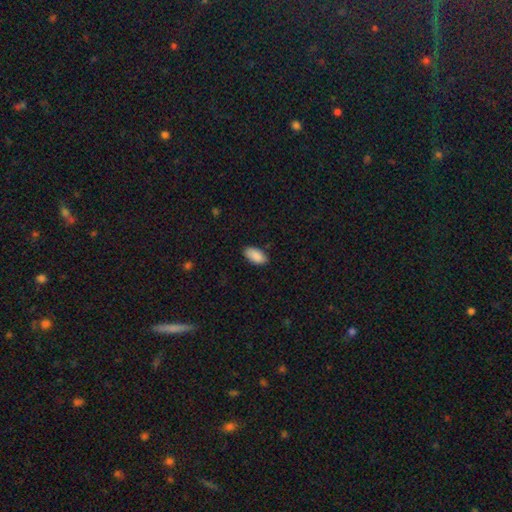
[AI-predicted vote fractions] Smooth or featured? smooth (90%)
How rounded? in between (94%)
Merging? none (85%)